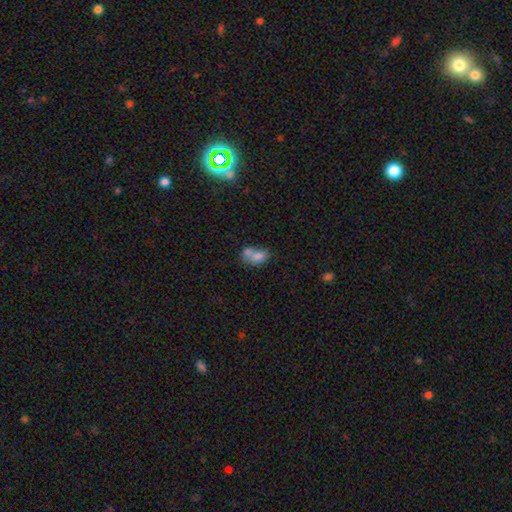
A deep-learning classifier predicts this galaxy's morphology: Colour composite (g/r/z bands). It shows a smooth galaxy with no disk features (71%) that is in between round and cigar-shaped (73%). Merging: merger (59%).